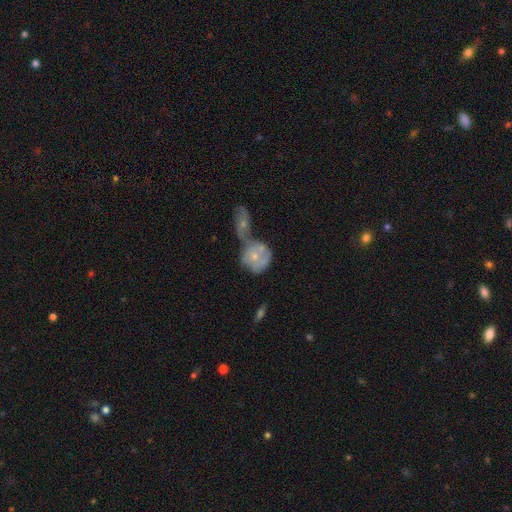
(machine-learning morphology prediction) A smooth galaxy with no disk features (55%) that is round (76%).

Vote fractions:
- Smooth or featured? smooth: 55% / featured or disk: 38% / star or artifact: 7%
- How rounded? round: 76% / in between: 22% / cigar-shaped: 2%
- Merging? merger: 64% / none: 20% / minor disturbance: 9% / major disturbance: 7%